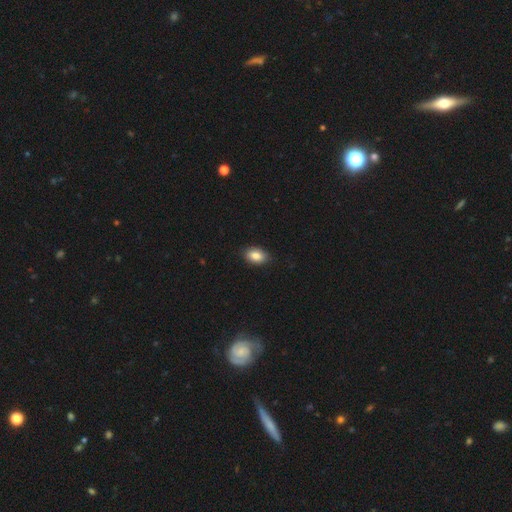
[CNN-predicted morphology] Smooth or featured?
  - smooth: 85% *
  - star or artifact: 8%
  - featured or disk: 7%
How rounded?
  - in between: 86% *
  - round: 12%
  - cigar-shaped: 1%
Merging?
  - none: 88% *
  - minor disturbance: 10%
  - major disturbance: 2%
  - merger: 1%